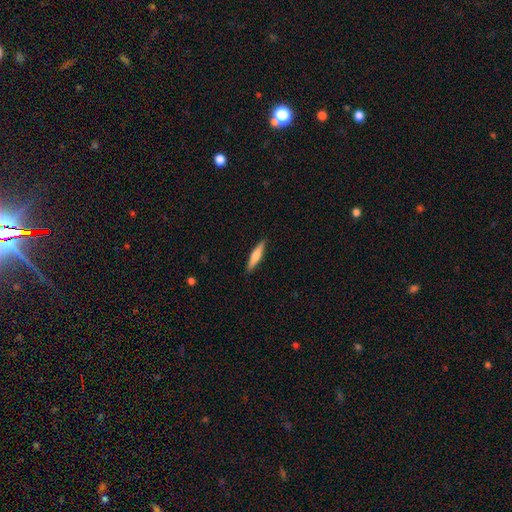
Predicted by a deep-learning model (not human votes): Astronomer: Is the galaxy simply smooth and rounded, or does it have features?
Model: smooth — 57% (runner-up: featured or disk, 37%).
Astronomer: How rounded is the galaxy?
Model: cigar-shaped — 85%.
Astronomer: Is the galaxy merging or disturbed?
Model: none — 90%.